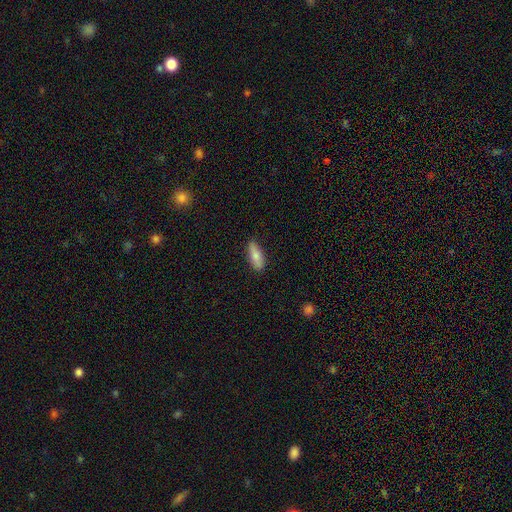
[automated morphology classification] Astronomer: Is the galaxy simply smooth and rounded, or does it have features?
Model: smooth — 81%.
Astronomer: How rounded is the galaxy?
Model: in between — 67%.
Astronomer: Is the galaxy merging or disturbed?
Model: none — 85%.